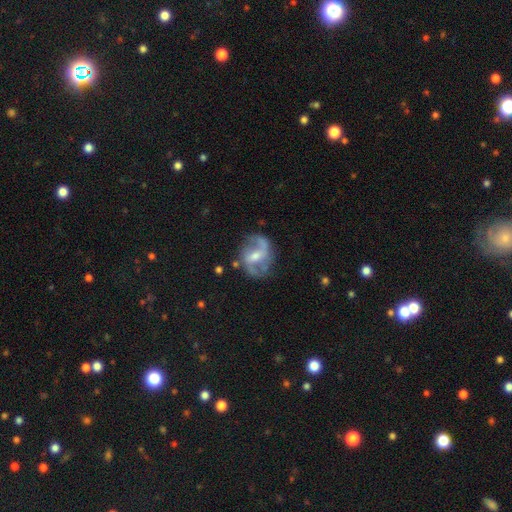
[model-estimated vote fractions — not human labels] Morphology: type=featured or disk (80%); edge-on=no (97%); bar=weak (50%); spiral arms=yes (90%); winding=medium (45%); arm count=2 (85%); bulge=moderate (55%); merging=none (68%).